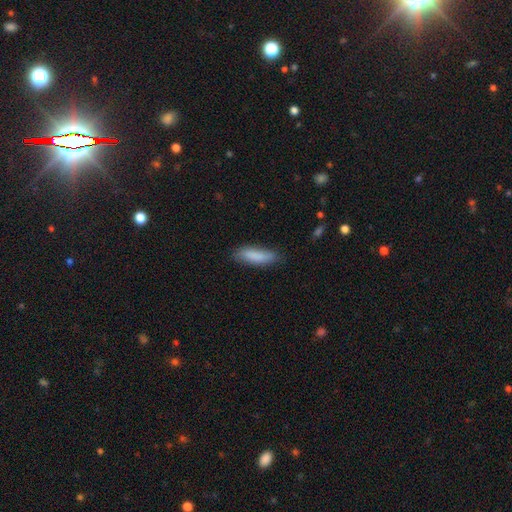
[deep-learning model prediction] smooth_or_featured: smooth (p=0.84) [alt: featured or disk p=0.10]
how_rounded: cigar-shaped (p=0.60) [alt: in between p=0.38]
merging: none (p=0.76) [alt: minor disturbance p=0.18]